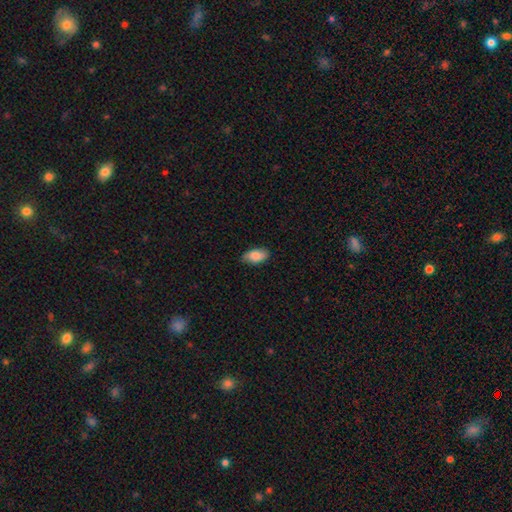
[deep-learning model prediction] This appears to be a smooth galaxy with no disk features (84%) that is in between round and cigar-shaped (93%). Merging: none (81%).